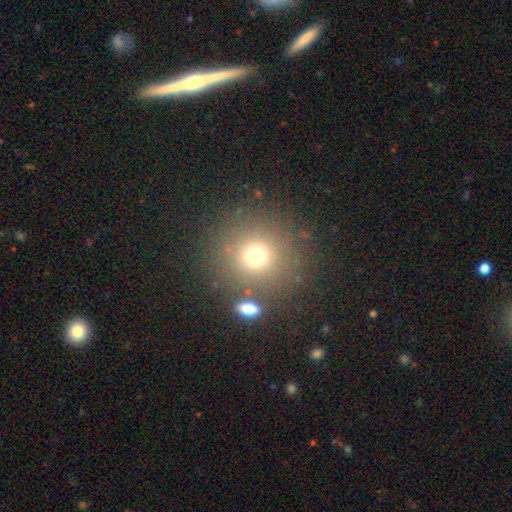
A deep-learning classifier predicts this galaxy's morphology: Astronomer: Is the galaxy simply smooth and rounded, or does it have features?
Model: smooth — 72%.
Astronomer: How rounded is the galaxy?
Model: round — 90%.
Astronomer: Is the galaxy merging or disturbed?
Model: none — 78%.